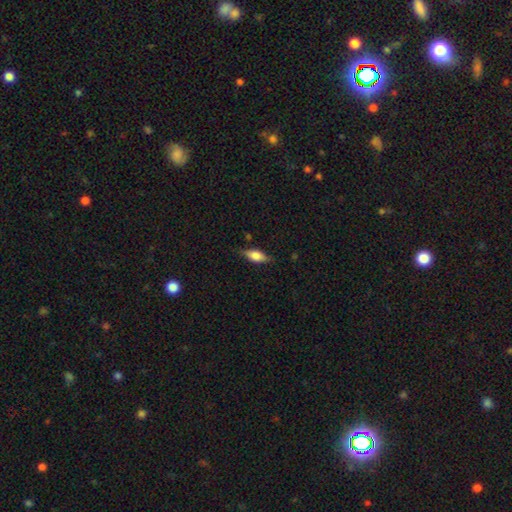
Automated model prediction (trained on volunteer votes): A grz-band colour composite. It shows a smooth galaxy with no disk features (58%) that is in between round and cigar-shaped (71%). Merging: none (79%).